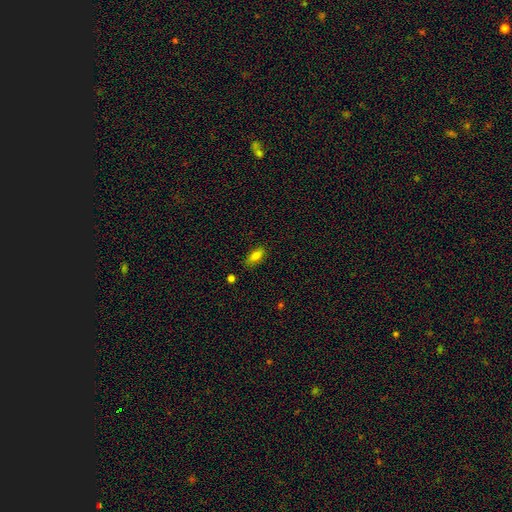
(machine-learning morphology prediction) This appears to be a smooth galaxy with no disk features (80%) that is in between round and cigar-shaped (84%). Merging: none (83%).